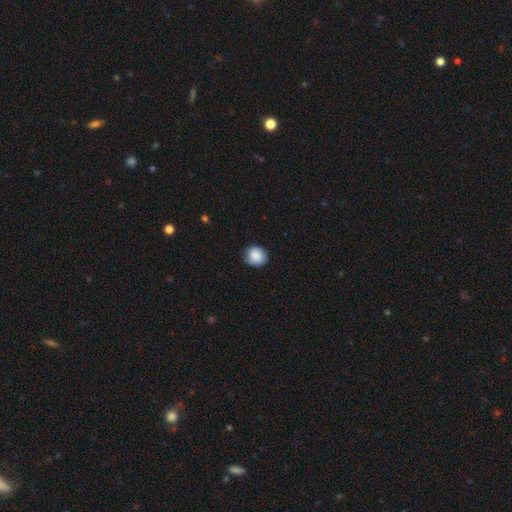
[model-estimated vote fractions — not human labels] Morphology: type=smooth (85%); roundness=round (78%); merging=none (77%).